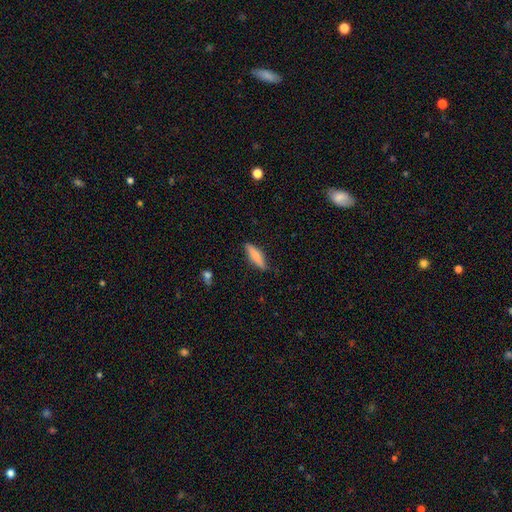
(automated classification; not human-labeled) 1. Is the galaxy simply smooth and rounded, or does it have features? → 72% smooth, 22% featured or disk, 6% star or artifact.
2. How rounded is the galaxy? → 70% cigar-shaped, 28% in between, 2% round.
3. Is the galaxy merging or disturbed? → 81% none, 14% minor disturbance, 3% major disturbance, 2% merger.